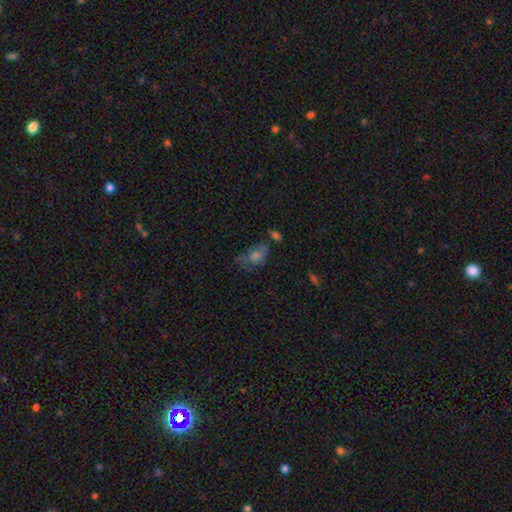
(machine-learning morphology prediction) smooth 52%, featured or disk 27%, star or artifact 20%. Down the decision tree: how rounded — in between (77%); merging — none (40%).